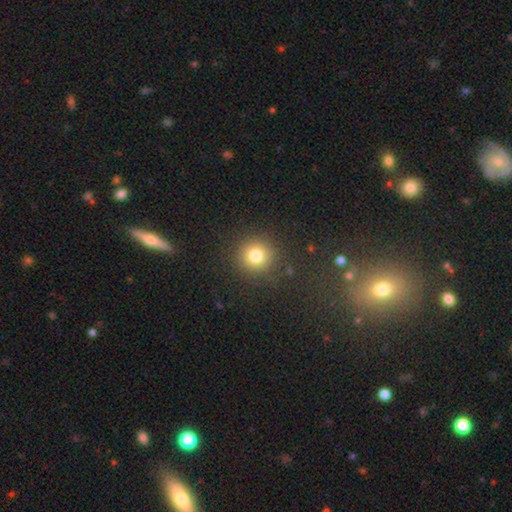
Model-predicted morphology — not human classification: Overall: smooth (78%). How rounded: round (93%). Merging: none (88%).